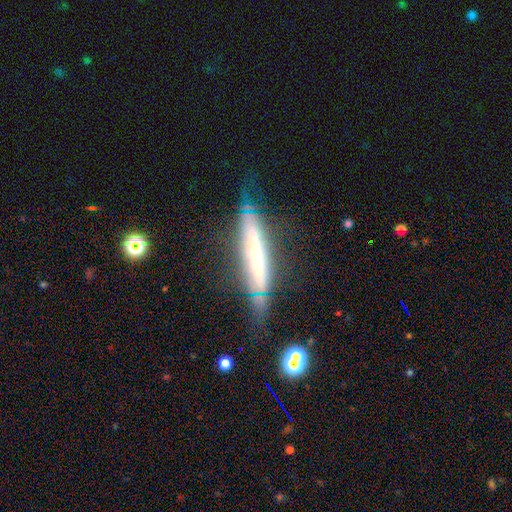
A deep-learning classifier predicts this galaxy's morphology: smooth-or-featured: featured or disk: 60% | smooth: 32% | star or artifact: 8%
  disk-edge-on: yes: 78% | no: 22%
  merging: none: 56% | minor disturbance: 26% | major disturbance: 14% | merger: 5%